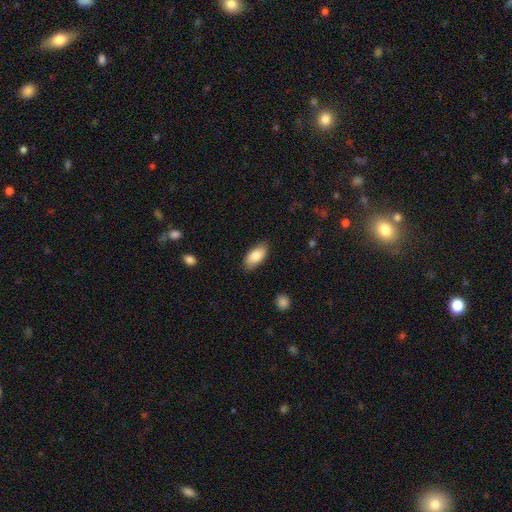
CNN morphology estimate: Q: Smooth or featured?
A: smooth (83%); runner-up: featured or disk (10%)
Q: How rounded?
A: in between (92%); runner-up: cigar-shaped (6%)
Q: Merging?
A: none (85%); runner-up: minor disturbance (12%)